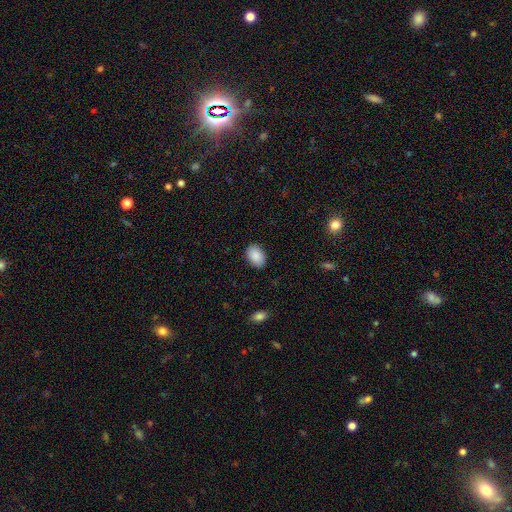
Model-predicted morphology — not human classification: type=smooth (90%); roundness=in between (88%); merging=none (88%).